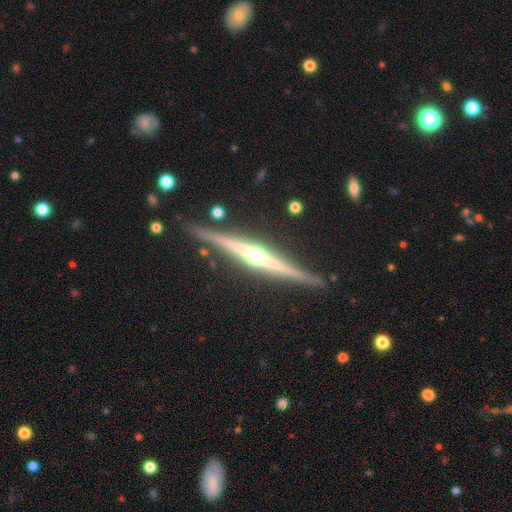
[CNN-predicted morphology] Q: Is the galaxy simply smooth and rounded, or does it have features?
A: featured or disk — 86%.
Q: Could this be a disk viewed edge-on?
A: yes — 98%.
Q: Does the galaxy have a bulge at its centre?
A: rounded — 94%.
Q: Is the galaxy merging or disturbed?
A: none — 87%.